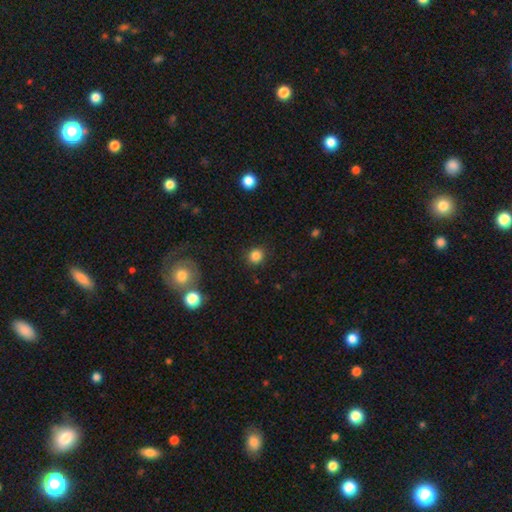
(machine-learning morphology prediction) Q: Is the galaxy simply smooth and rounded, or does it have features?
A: smooth — 85%.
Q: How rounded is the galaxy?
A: round — 86%.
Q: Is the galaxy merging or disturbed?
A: none — 89%.